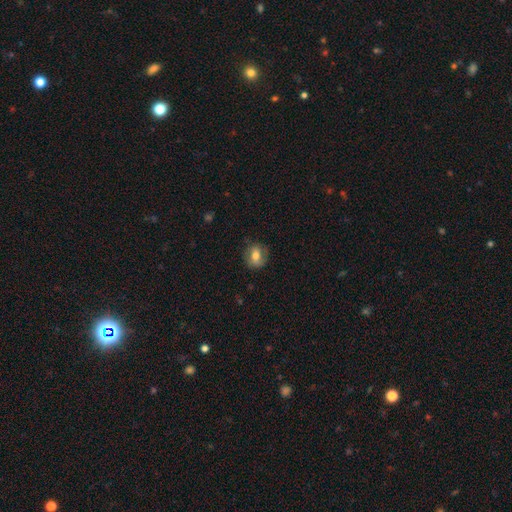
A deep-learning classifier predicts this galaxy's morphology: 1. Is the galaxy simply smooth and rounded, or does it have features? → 65% smooth, 27% featured or disk, 9% star or artifact.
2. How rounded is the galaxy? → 63% round, 36% in between, 1% cigar-shaped.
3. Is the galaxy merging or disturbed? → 78% none, 16% minor disturbance, 5% major disturbance, 1% merger.